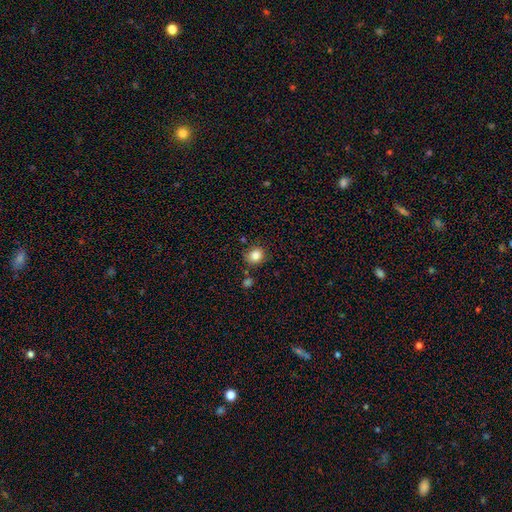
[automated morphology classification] Smooth or featured: smooth — 85% (star or artifact — 10%)
How rounded: round — 73% (in between — 26%)
Merging: none — 79% (minor disturbance — 13%)